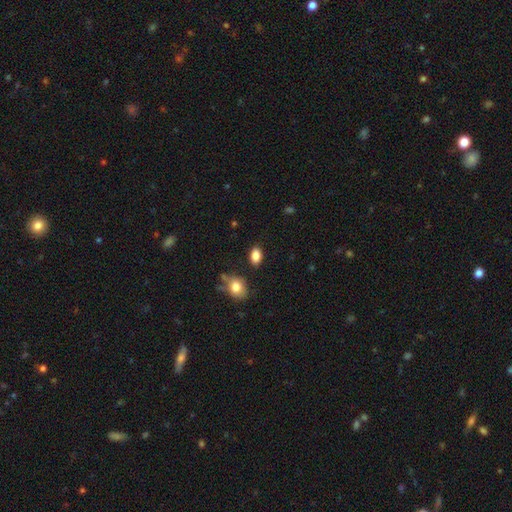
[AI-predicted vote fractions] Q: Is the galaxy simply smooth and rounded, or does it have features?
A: smooth — 86%.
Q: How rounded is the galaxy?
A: in between — 87%.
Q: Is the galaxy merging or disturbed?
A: none — 84%.